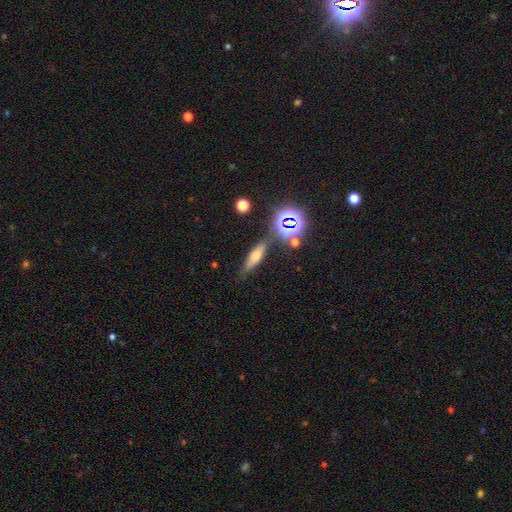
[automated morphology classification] A smooth galaxy with no disk features (53%) that is cigar-shaped (64%).

Vote fractions:
- Smooth or featured? smooth: 53% / featured or disk: 30% / star or artifact: 17%
- How rounded? cigar-shaped: 64% / in between: 30% / round: 6%
- Merging? none: 74% / minor disturbance: 15% / merger: 6% / major disturbance: 5%